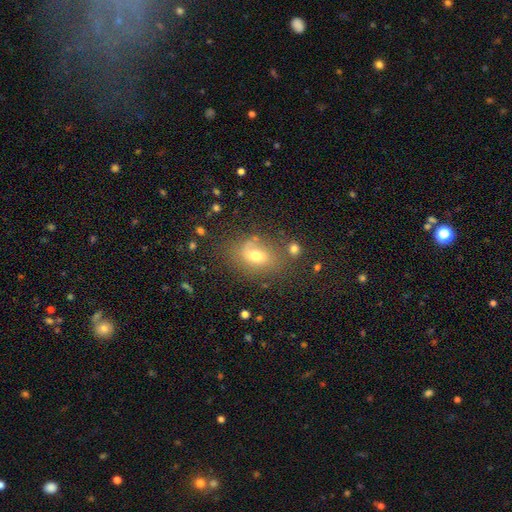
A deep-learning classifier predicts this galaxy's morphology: Overall: smooth (62%; featured or disk 23%). How rounded: in between (75%). Merging: none (62%).